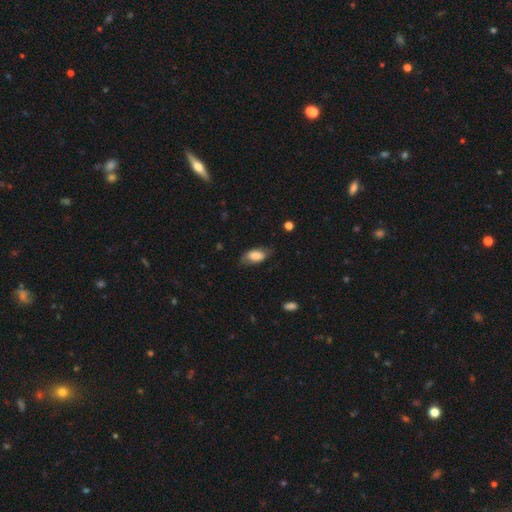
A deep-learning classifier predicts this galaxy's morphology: smooth-or-featured: smooth: 77% | featured or disk: 16% | star or artifact: 7%
  how-rounded: in between: 90% | cigar-shaped: 6% | round: 4%
  merging: none: 70% | minor disturbance: 21% | major disturbance: 7% | merger: 1%